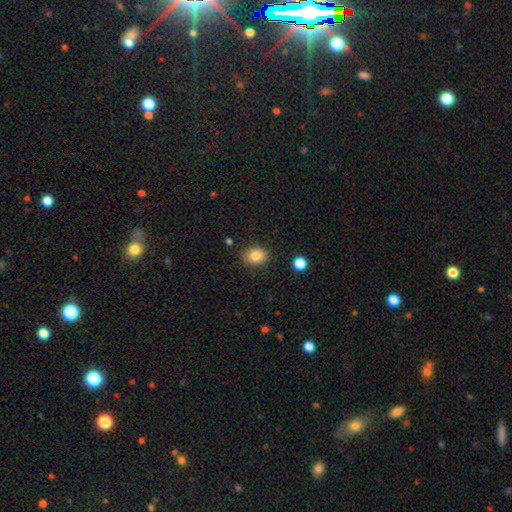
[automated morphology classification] smooth 85%, star or artifact 9%, featured or disk 6%. Down the decision tree: how rounded — in between (61%); merging — none (86%).